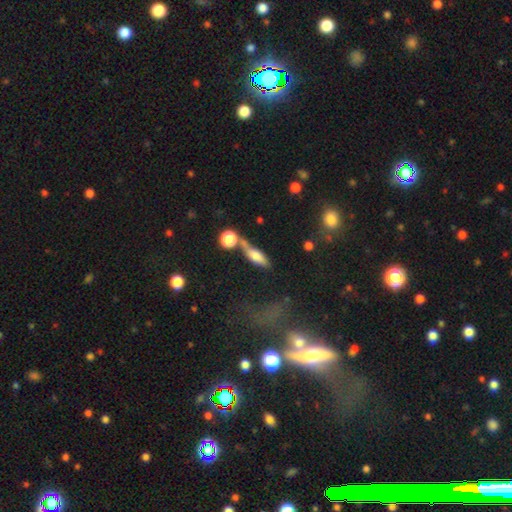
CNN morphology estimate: smooth 64%, featured or disk 26%, star or artifact 10%. Down the decision tree: how rounded — in between (52%); merging — none (44%).